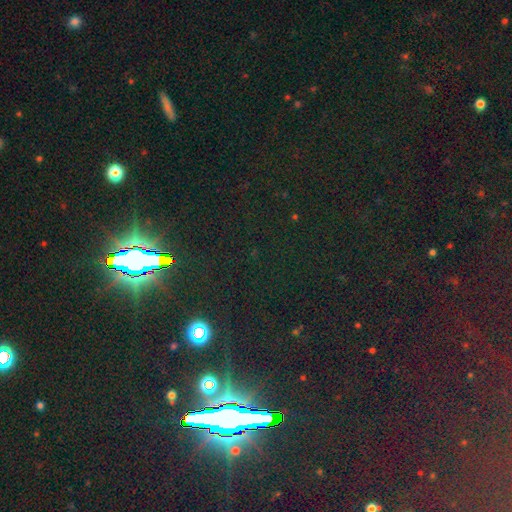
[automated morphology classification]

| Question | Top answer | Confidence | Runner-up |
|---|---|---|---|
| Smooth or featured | star or artifact | 81% | smooth (12%) |